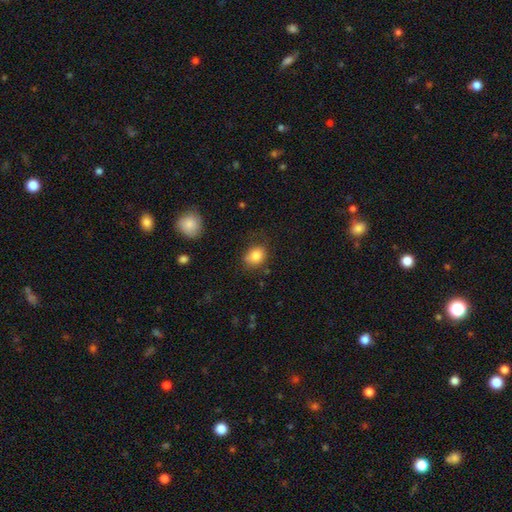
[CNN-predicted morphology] Smooth or featured: smooth — 83% (star or artifact — 9%)
How rounded: in between — 50% (round — 49%)
Merging: none — 65% (minor disturbance — 25%)